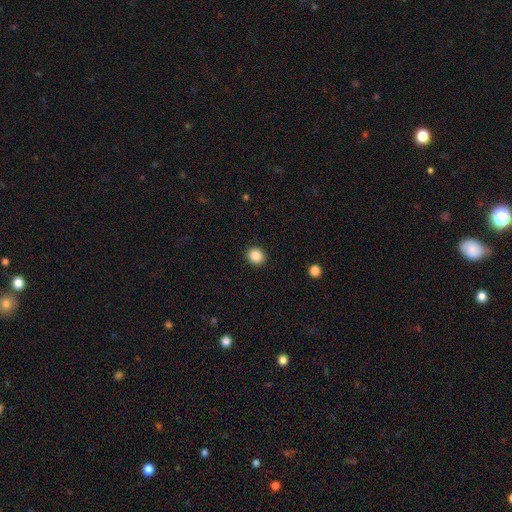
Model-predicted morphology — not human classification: type=smooth (88%); roundness=round (78%); merging=none (91%).